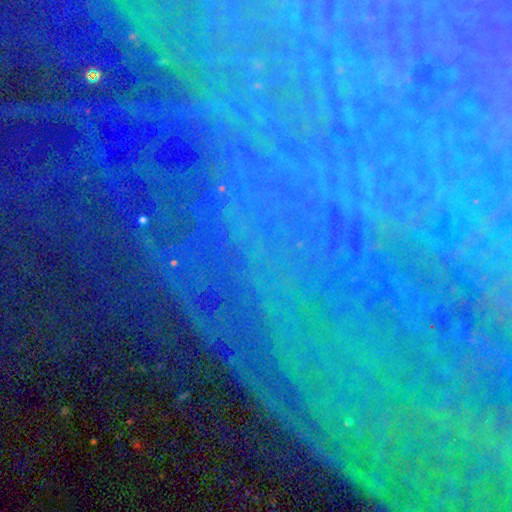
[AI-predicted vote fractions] Smooth or featured: star or artifact — 83% (featured or disk — 9%)